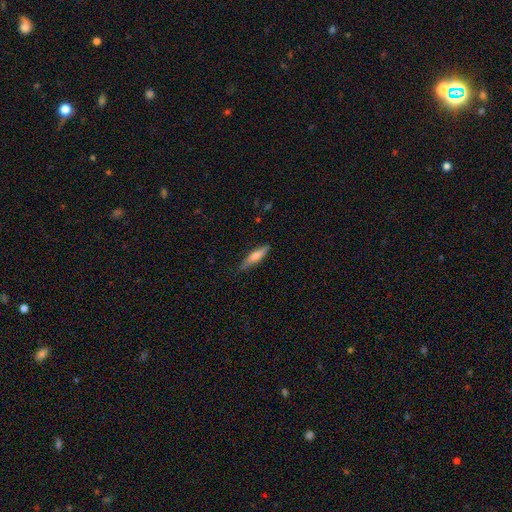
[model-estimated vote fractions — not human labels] The model was most divided on "smooth or featured": smooth: 57%, featured or disk: 37%, star or artifact: 6%. More confident: merging — none (83%); how rounded — cigar-shaped (81%).